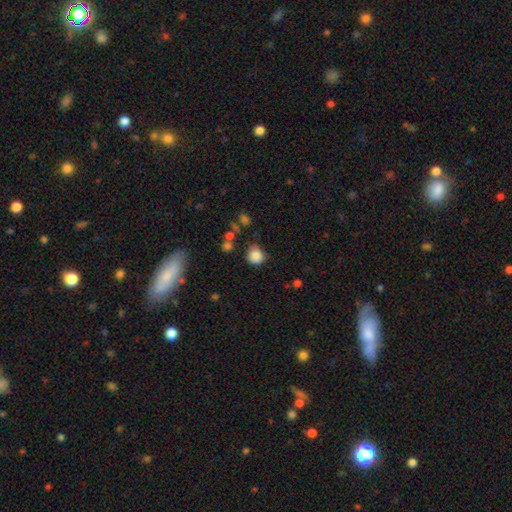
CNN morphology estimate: smooth-or-featured: smooth: 84% | star or artifact: 11% | featured or disk: 5%
  how-rounded: round: 82% | in between: 17% | cigar-shaped: 1%
  merging: none: 67% | minor disturbance: 23% | major disturbance: 6% | merger: 4%